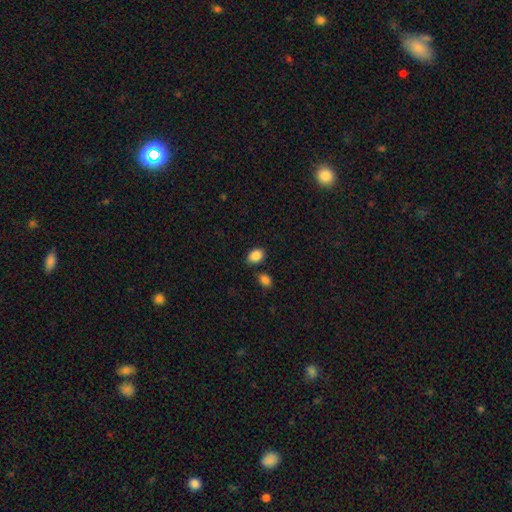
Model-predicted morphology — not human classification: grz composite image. It shows a smooth galaxy with no disk features (88%) that is in between round and cigar-shaped (77%). Merging: none (75%).